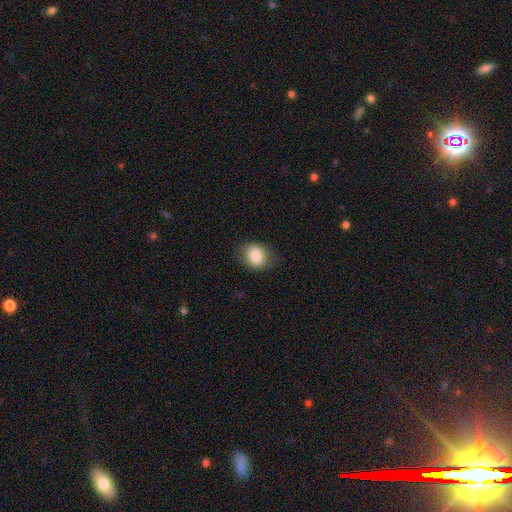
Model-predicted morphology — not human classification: This appears to be a smooth galaxy with no disk features (85%) that is round (53%). Merging: none (78%).